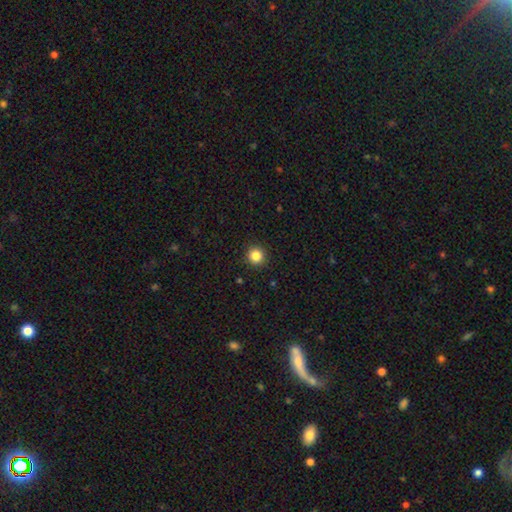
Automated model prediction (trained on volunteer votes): The model was most divided on "smooth or featured": smooth: 84%, star or artifact: 12%, featured or disk: 4%. More confident: how rounded — round (95%); merging — none (93%).